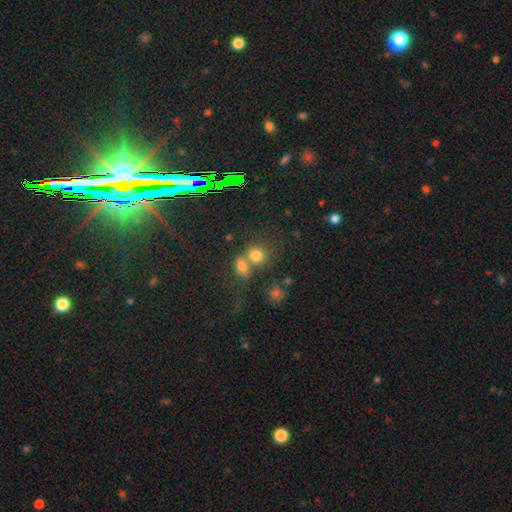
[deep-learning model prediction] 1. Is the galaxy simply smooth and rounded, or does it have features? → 76% smooth, 15% star or artifact, 9% featured or disk.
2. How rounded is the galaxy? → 70% round, 28% in between, 2% cigar-shaped.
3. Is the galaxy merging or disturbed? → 44% merger, 42% none, 9% minor disturbance, 5% major disturbance.